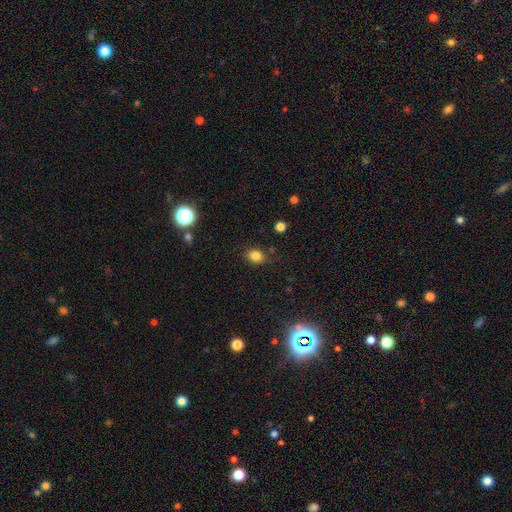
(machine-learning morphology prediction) Overall: smooth (81%). How rounded: in between (56%; round 43%). Merging: none (82%).